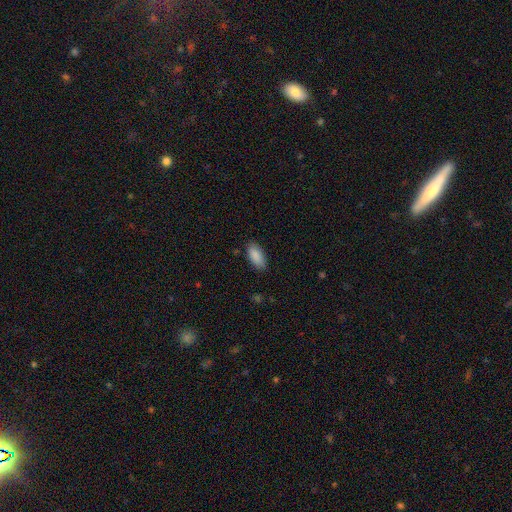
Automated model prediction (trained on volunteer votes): Smooth or featured?
  - smooth: 89% *
  - star or artifact: 7%
  - featured or disk: 4%
How rounded?
  - in between: 90% *
  - cigar-shaped: 8%
  - round: 2%
Merging?
  - none: 85% *
  - minor disturbance: 12%
  - major disturbance: 2%
  - merger: 1%